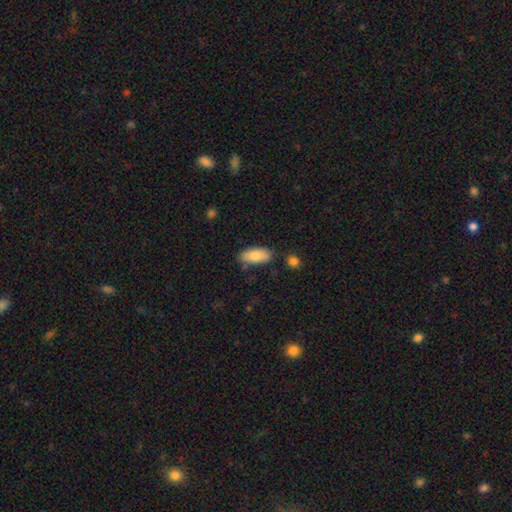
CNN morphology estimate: Smooth or featured?
  - smooth: 83% *
  - featured or disk: 11%
  - star or artifact: 6%
How rounded?
  - in between: 88% *
  - cigar-shaped: 10%
  - round: 2%
Merging?
  - none: 78% *
  - minor disturbance: 15%
  - merger: 4%
  - major disturbance: 3%